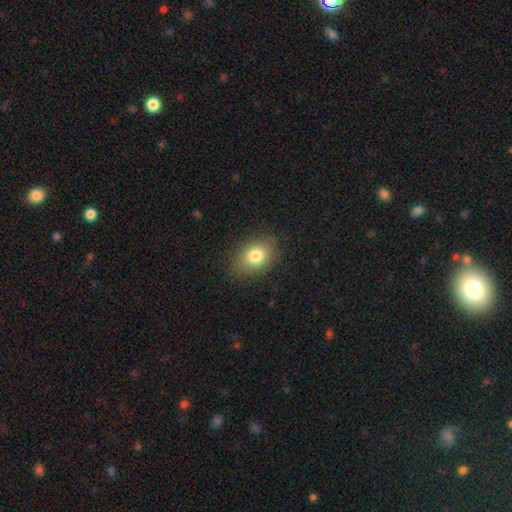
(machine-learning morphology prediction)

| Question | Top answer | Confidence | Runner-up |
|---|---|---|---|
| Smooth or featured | smooth | 80% | featured or disk (10%) |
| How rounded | in between | 69% | round (30%) |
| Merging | none | 80% | minor disturbance (15%) |